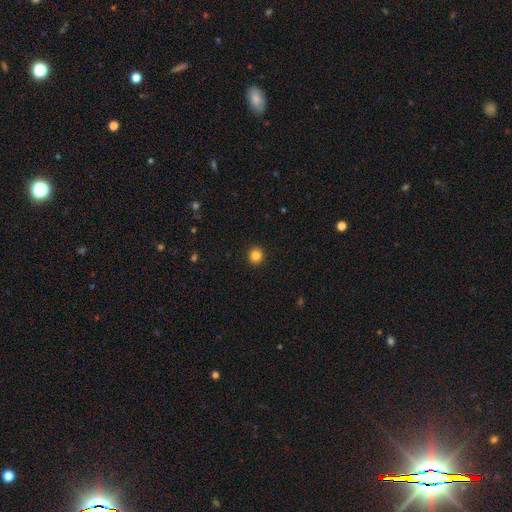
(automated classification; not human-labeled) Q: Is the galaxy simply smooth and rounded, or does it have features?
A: smooth — 84%.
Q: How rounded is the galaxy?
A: round — 92%.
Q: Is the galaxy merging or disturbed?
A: none — 93%.